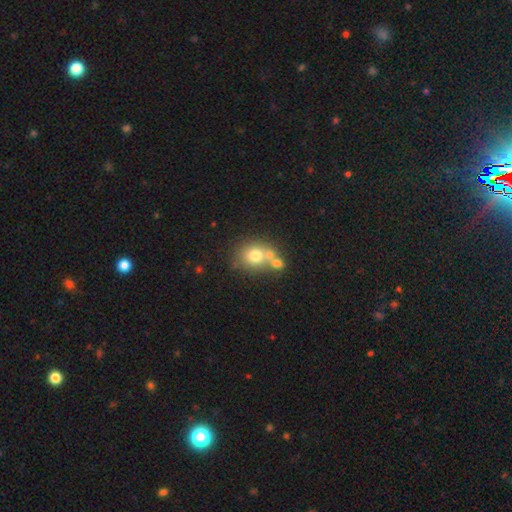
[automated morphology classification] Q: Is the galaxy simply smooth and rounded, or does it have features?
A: smooth — 69%.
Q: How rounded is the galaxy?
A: round — 74%.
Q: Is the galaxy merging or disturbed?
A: none — 44%.